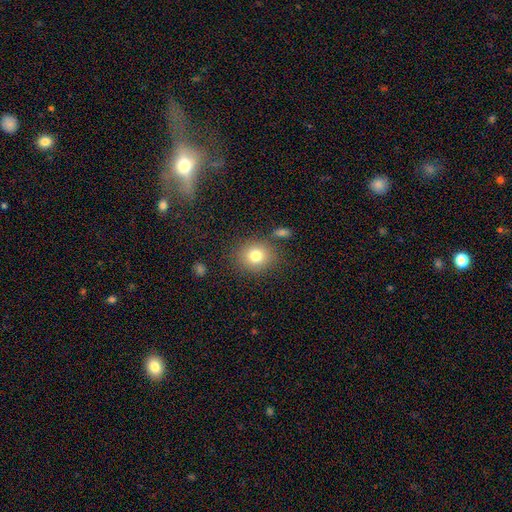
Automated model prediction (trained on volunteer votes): This appears to be a smooth galaxy with no disk features (79%) that is round (76%). Merging: none (80%).